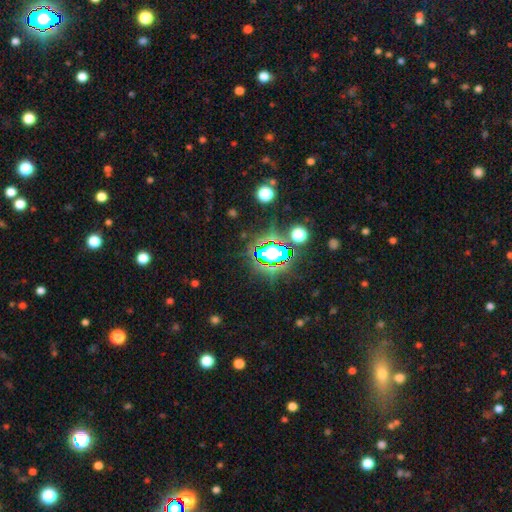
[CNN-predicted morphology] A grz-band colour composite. It shows a star or artifact, not a galaxy (76%).